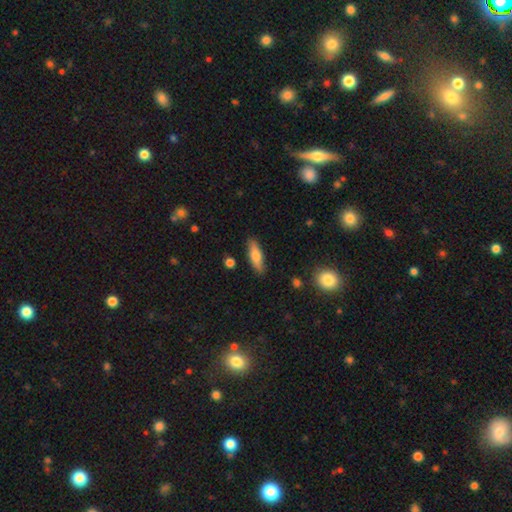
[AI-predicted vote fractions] Morphology: type=smooth (67%); roundness=cigar-shaped (50%); merging=none (87%).